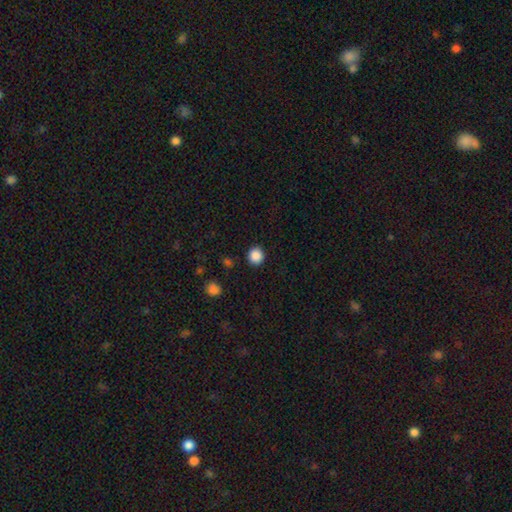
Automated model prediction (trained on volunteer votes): This is clearly a smooth galaxy (87%). How rounded: clearly round (91%). Merging: clearly none (91%).